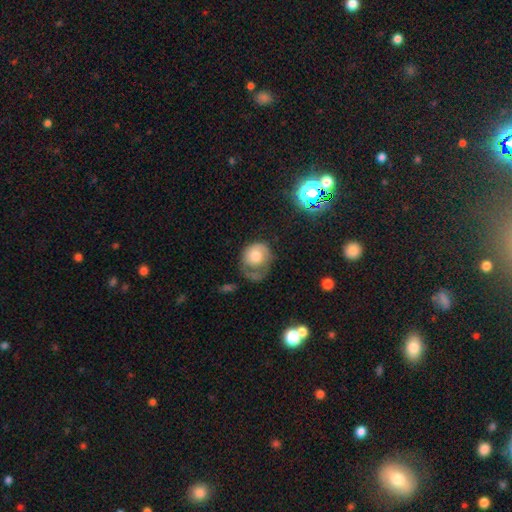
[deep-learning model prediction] The model was most divided on "merging": major disturbance: 40%, none: 29%, minor disturbance: 27%, merger: 5%. More confident: how rounded — round (67%); smooth or featured — smooth (57%).